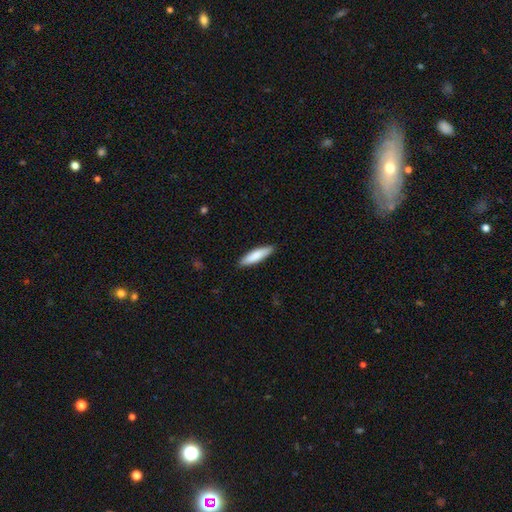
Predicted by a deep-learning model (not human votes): The model was most divided on "how rounded": cigar-shaped: 72%, in between: 27%, round: 1%. More confident: merging — none (89%); smooth or featured — smooth (82%).